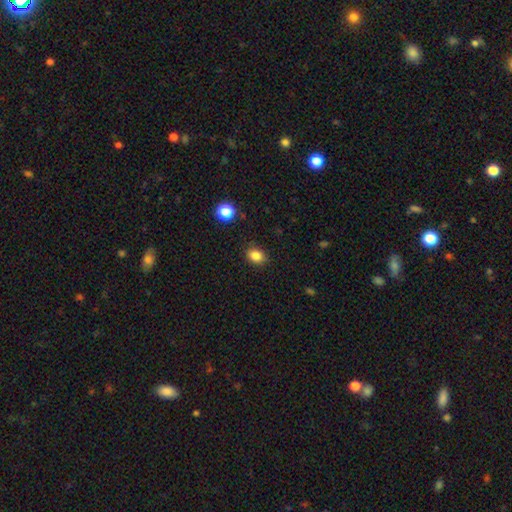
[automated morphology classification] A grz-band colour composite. It shows a smooth galaxy with no disk features (85%) that is in between round and cigar-shaped (61%). Merging: none (85%).